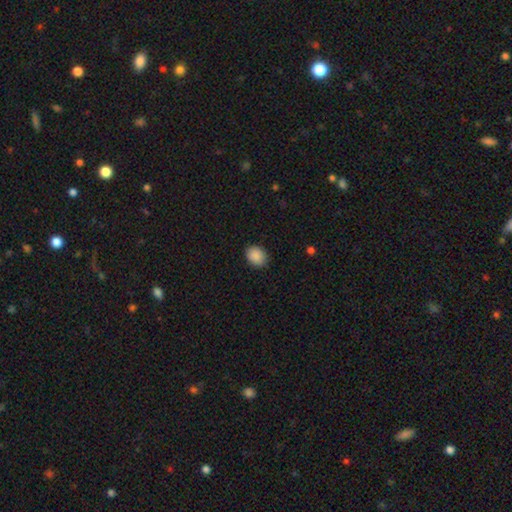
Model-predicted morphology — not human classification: The model was most divided on "how rounded": in between: 53%, round: 46%, cigar-shaped: 1%. More confident: smooth or featured — smooth (89%); merging — none (87%).